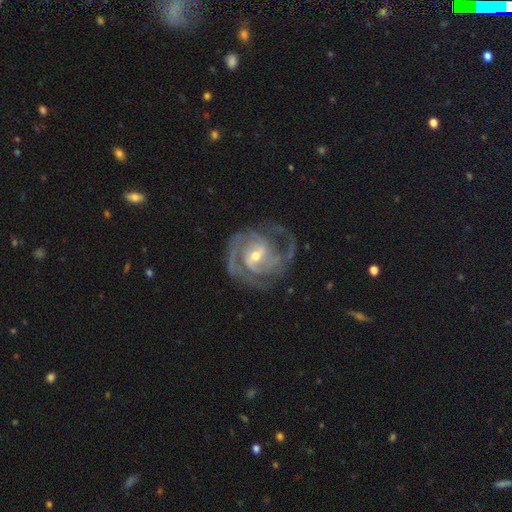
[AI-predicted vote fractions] This appears to be a featured or disk galaxy (92%) with a weak bar (49%), 2 (58%) tight (46%) spiral arms (98%) and a moderate central bulge (52%). Merging: none (69%).